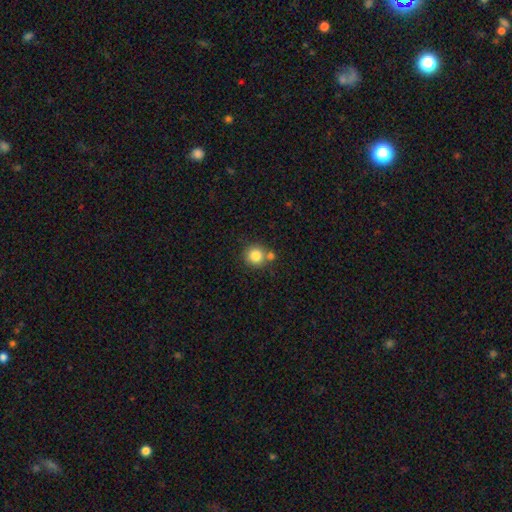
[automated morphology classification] smooth-or-featured: smooth: 83% | star or artifact: 10% | featured or disk: 7%
  how-rounded: round: 92% | in between: 7% | cigar-shaped: 1%
  merging: none: 65% | merger: 23% | minor disturbance: 9% | major disturbance: 3%